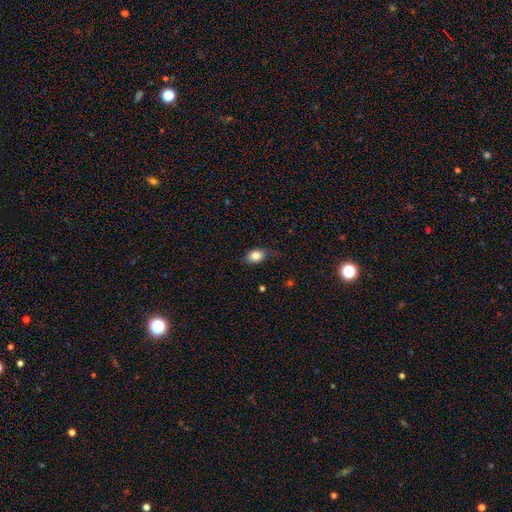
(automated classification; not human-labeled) Overall: smooth (84%). How rounded: in between (79%). Merging: none (67%).